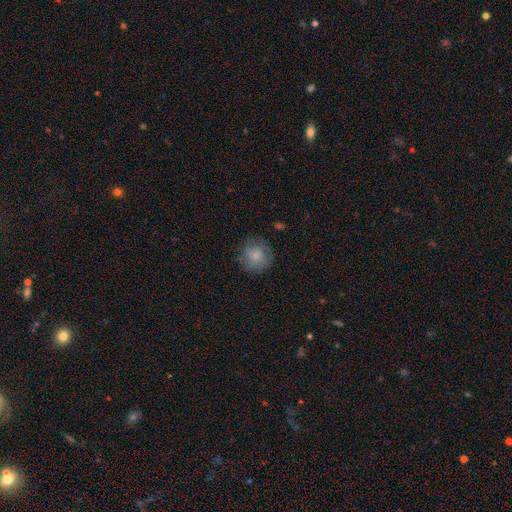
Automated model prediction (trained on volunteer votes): Smooth or featured?
  - smooth: 76% *
  - featured or disk: 16%
  - star or artifact: 8%
How rounded?
  - round: 90% *
  - in between: 9%
  - cigar-shaped: 1%
Merging?
  - none: 75% *
  - minor disturbance: 17%
  - major disturbance: 6%
  - merger: 1%